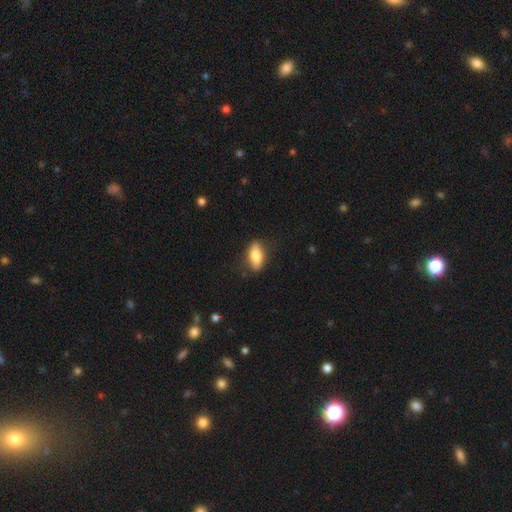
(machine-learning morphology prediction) A smooth galaxy with no disk features (73%) that is in between round and cigar-shaped (77%).

Vote fractions:
- Smooth or featured? smooth: 73% / featured or disk: 20% / star or artifact: 6%
- How rounded? in between: 77% / cigar-shaped: 18% / round: 4%
- Merging? none: 80% / minor disturbance: 15% / major disturbance: 4% / merger: 1%